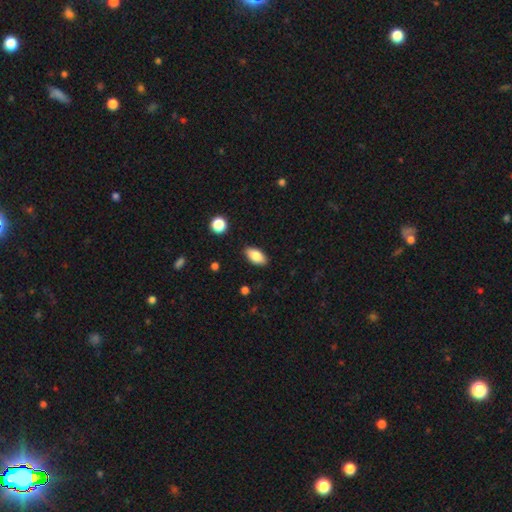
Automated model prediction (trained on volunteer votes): Smooth or featured? Predicted: smooth (p=0.85). How rounded? Predicted: in between (p=0.91). Merging? Predicted: none (p=0.88).